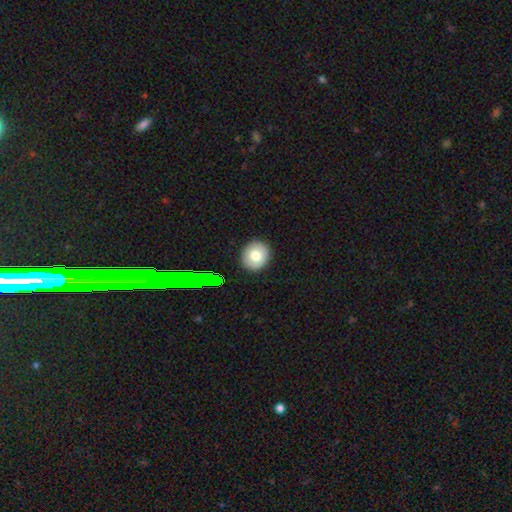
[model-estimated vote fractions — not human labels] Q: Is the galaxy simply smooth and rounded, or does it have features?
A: smooth — 75%.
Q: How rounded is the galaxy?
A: round — 76%.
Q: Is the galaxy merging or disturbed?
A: none — 90%.